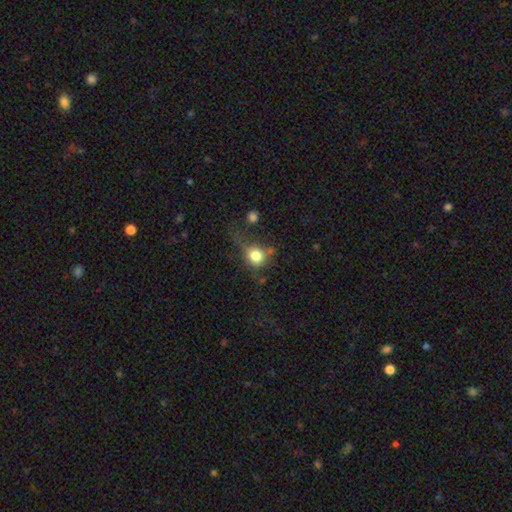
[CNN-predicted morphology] A smooth galaxy with no disk features (77%) that is round (75%). Merging: none (42%).